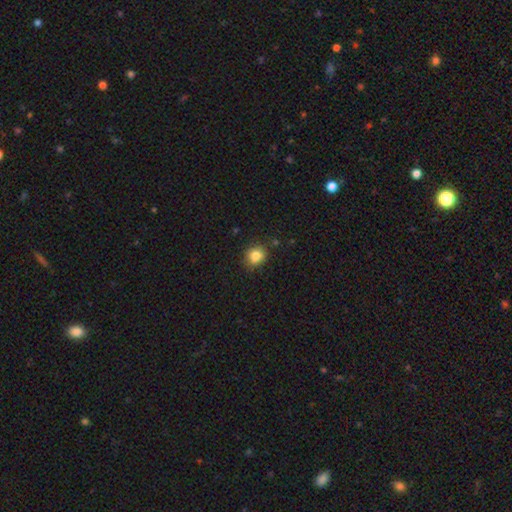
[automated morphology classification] This appears to be a smooth galaxy with no disk features (84%) that is round (72%). Merging: none (76%).